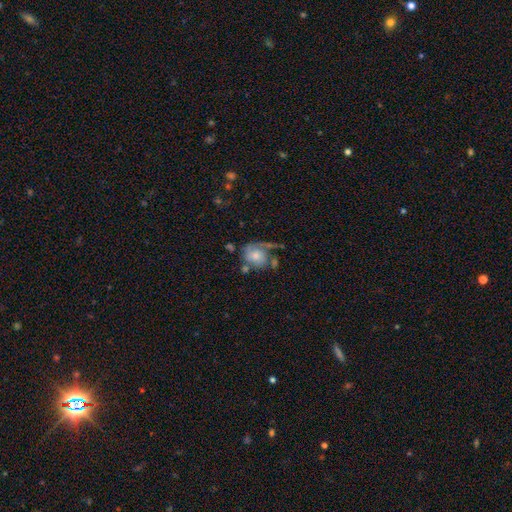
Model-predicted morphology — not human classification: Smooth or featured?
  - featured or disk: 51% *
  - smooth: 41%
  - star or artifact: 8%
Edge-on disk?
  - no: 97% *
  - yes: 3%
Merging?
  - none: 36% *
  - major disturbance: 30%
  - minor disturbance: 21%
  - merger: 14%